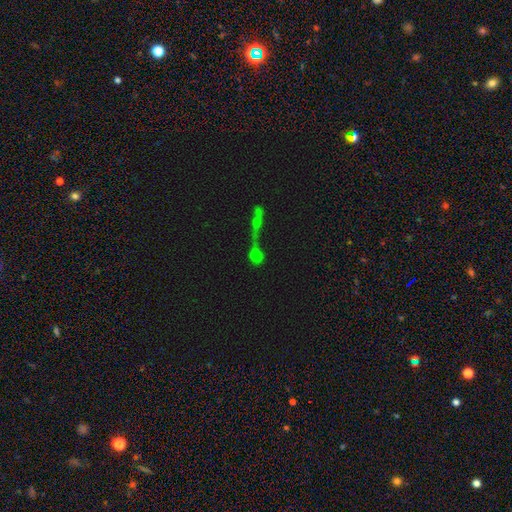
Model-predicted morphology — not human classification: A smooth galaxy with no disk features (58%) that is round (61%).

Vote fractions:
- Smooth or featured? smooth: 58% / star or artifact: 22% / featured or disk: 20%
- How rounded? round: 61% / in between: 29% / cigar-shaped: 10%
- Merging? merger: 58% / none: 21% / major disturbance: 13% / minor disturbance: 8%